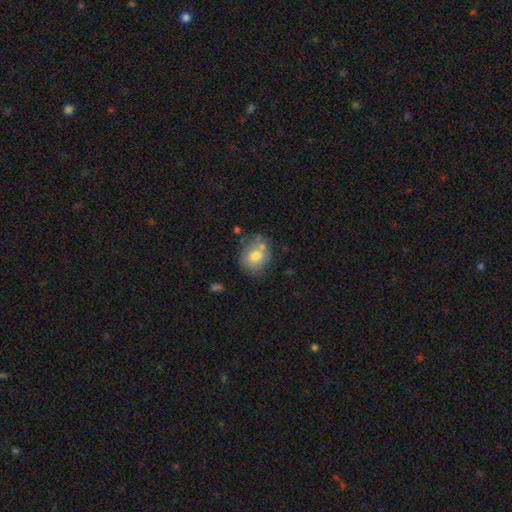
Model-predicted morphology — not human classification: smooth_or_featured: smooth (p=0.72) [alt: featured or disk p=0.20]
how_rounded: round (p=0.64) [alt: in between p=0.35]
merging: none (p=0.64) [alt: minor disturbance p=0.19]